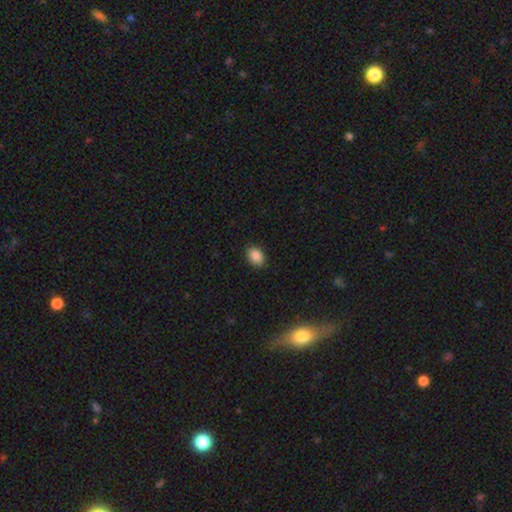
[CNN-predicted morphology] The model was most divided on "how rounded": in between: 77%, round: 22%, cigar-shaped: 1%. More confident: merging — none (88%); smooth or featured — smooth (87%).